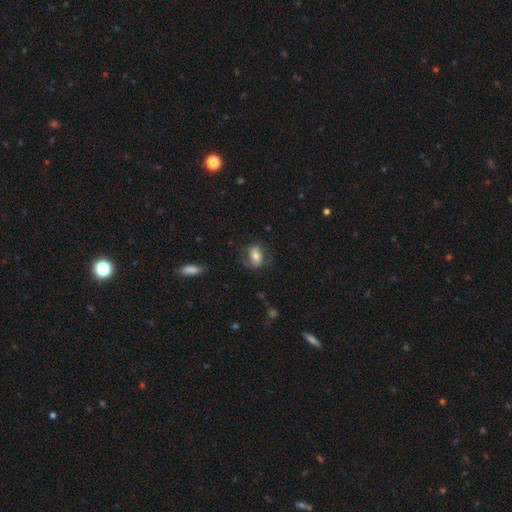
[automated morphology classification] A smooth galaxy with no disk features (53%) that is in between round and cigar-shaped (79%). Merging: none (64%).